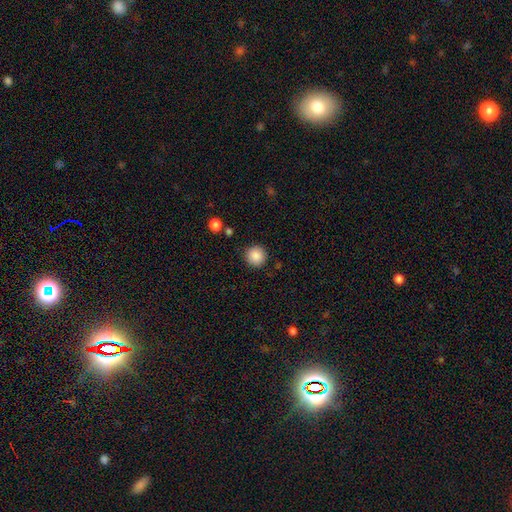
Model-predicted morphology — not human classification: Overall: smooth (88%). How rounded: round (95%). Merging: none (90%).